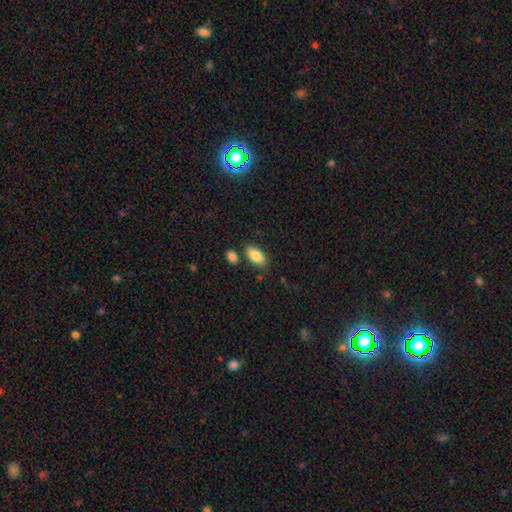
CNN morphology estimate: The model was most divided on "merging": none: 79%, minor disturbance: 11%, merger: 7%, major disturbance: 3%. More confident: how rounded — in between (92%); smooth or featured — smooth (85%).